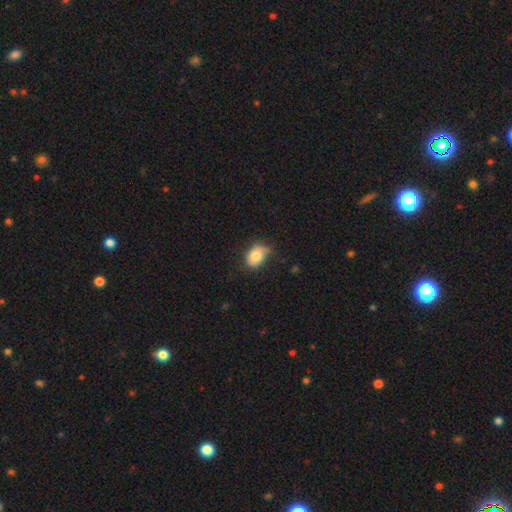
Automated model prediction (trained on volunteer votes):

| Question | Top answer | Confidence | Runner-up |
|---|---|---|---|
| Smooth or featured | smooth | 81% | featured or disk (11%) |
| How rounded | in between | 79% | round (20%) |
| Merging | none | 66% | minor disturbance (27%) |